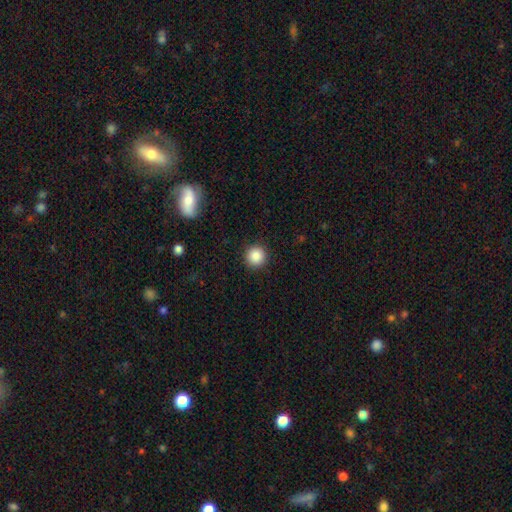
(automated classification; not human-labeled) smooth_or_featured: smooth (p=0.87) [alt: star or artifact p=0.10]
how_rounded: round (p=0.95) [alt: in between p=0.04]
merging: none (p=0.92) [alt: minor disturbance p=0.05]